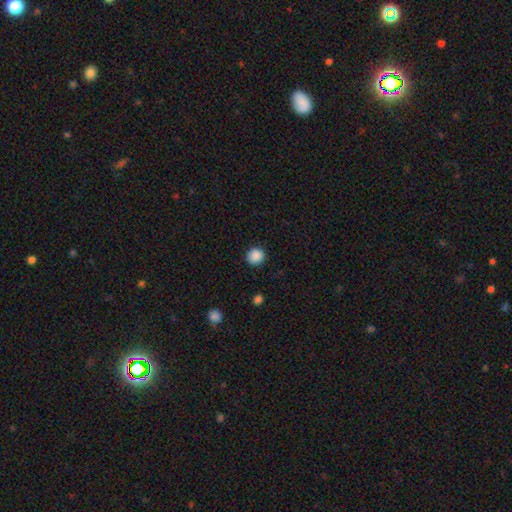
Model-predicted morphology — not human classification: smooth_or_featured: smooth (p=0.88) [alt: star or artifact p=0.10]
how_rounded: round (p=0.91) [alt: in between p=0.08]
merging: none (p=0.90) [alt: minor disturbance p=0.07]